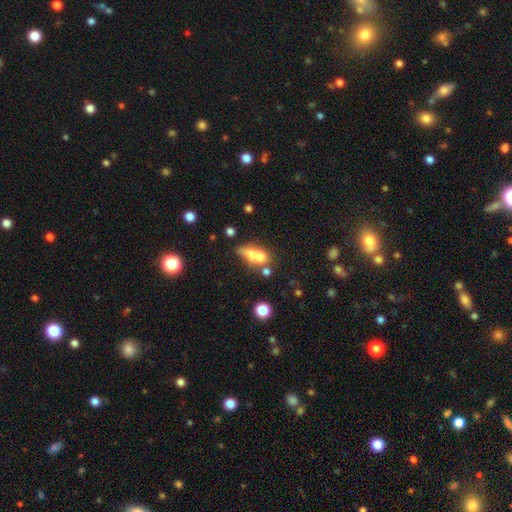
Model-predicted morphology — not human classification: Smooth or featured?
  - smooth: 62% *
  - featured or disk: 26%
  - star or artifact: 13%
How rounded?
  - in between: 65% *
  - cigar-shaped: 20%
  - round: 15%
Merging?
  - merger: 41% *
  - none: 27%
  - minor disturbance: 17%
  - major disturbance: 15%